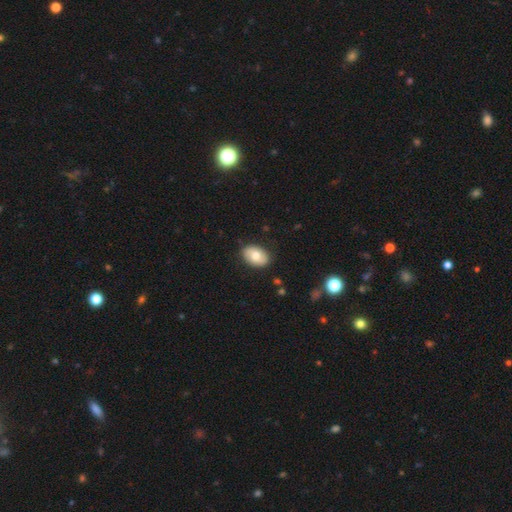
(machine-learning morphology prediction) smooth 71%, featured or disk 22%, star or artifact 7%. Down the decision tree: how rounded — in between (84%); merging — none (85%).